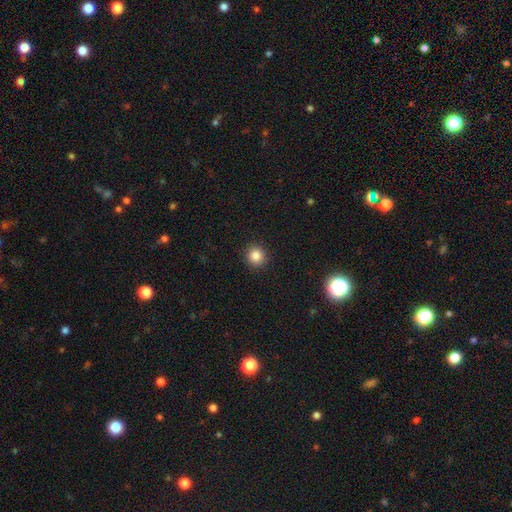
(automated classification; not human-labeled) A smooth galaxy with no disk features (84%) that is round (93%).

Vote fractions:
- Smooth or featured? smooth: 84% / star or artifact: 11% / featured or disk: 5%
- How rounded? round: 93% / in between: 6% / cigar-shaped: 1%
- Merging? none: 92% / minor disturbance: 5% / major disturbance: 2% / merger: 1%